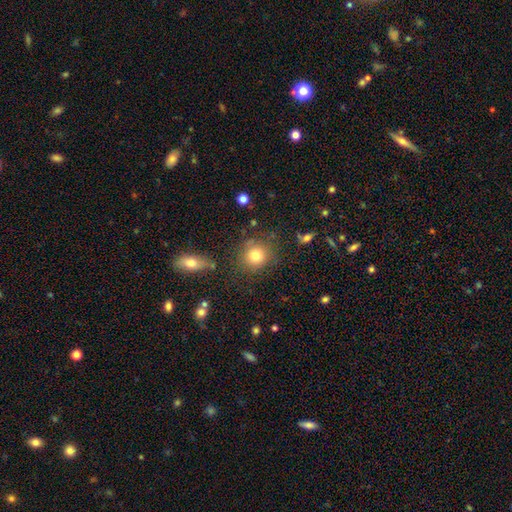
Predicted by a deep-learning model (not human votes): Smooth or featured? Predicted: smooth (p=0.81). How rounded? Predicted: round (p=0.89). Merging? Predicted: none (p=0.80).